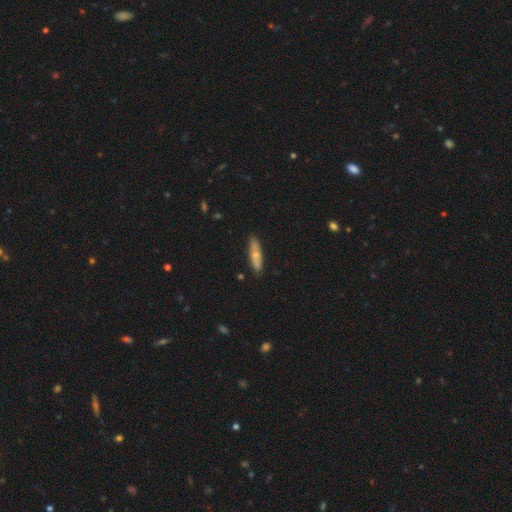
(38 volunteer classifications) Smooth or featured? smooth (55%)
How rounded? cigar-shaped (67%)
Merging? none (78%)